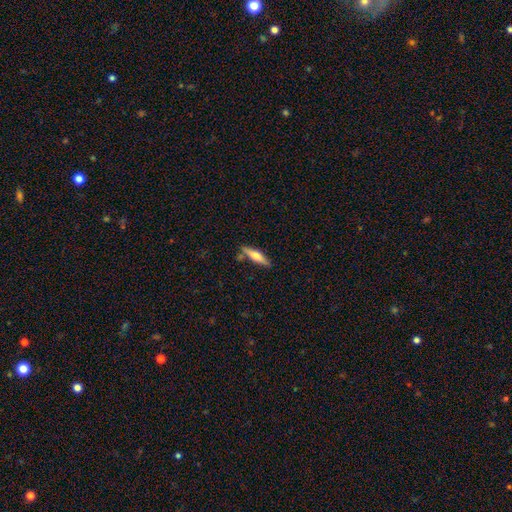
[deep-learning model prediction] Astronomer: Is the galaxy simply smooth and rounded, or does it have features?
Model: smooth — 51% (runner-up: featured or disk, 43%).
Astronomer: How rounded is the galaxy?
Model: cigar-shaped — 73%.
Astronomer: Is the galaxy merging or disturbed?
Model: none — 79%.